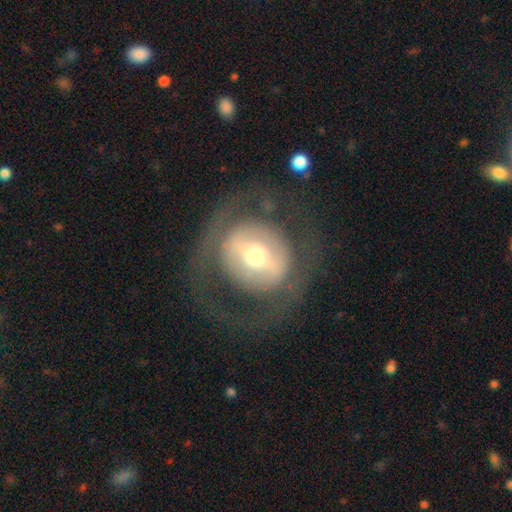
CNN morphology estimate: featured or disk 63%, smooth 30%, star or artifact 7%. Down the decision tree: edge-on disk — no (94%); bar — strong (37%); spiral arms — no (72%); bulge size — moderate (55%); merging — none (71%).